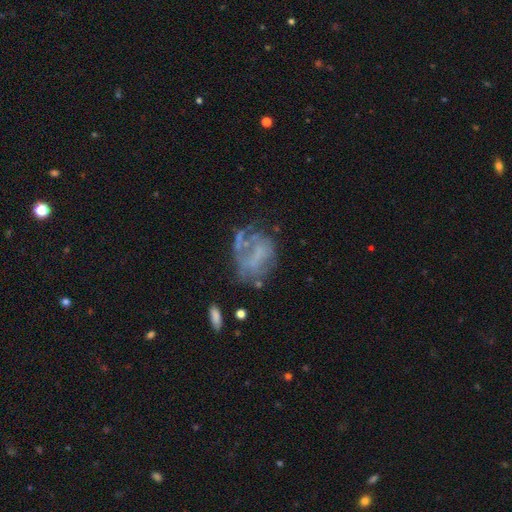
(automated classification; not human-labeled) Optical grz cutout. It shows a featured or disk galaxy (60%) with no bar (75%), no spiral arms (69%) and no central bulge (73%). Merging: none (37%).